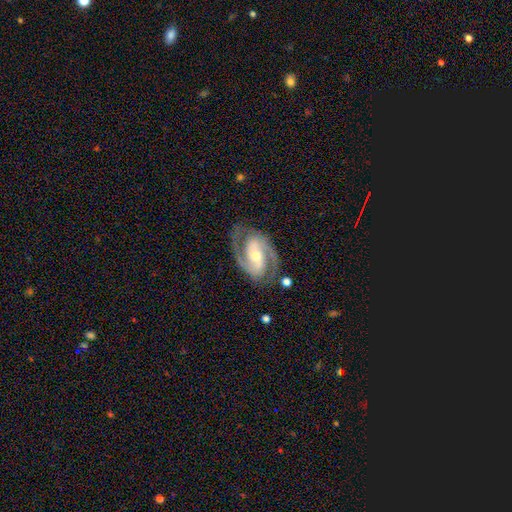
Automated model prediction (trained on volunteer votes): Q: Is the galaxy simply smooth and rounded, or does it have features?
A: featured or disk — 92%.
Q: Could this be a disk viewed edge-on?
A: no — 97%.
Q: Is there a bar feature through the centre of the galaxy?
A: weak — 38%.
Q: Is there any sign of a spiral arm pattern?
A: yes — 98%.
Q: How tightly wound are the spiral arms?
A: medium — 55%.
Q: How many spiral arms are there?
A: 2 — 93%.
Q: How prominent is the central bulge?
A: moderate — 59%.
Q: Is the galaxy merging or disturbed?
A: none — 80%.